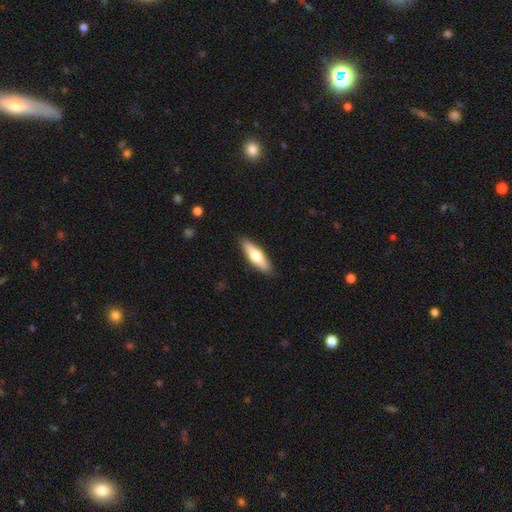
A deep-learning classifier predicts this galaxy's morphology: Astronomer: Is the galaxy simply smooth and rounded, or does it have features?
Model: smooth — 63%.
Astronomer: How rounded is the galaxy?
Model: cigar-shaped — 51% (runner-up: in between, 46%).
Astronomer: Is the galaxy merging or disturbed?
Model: none — 88%.